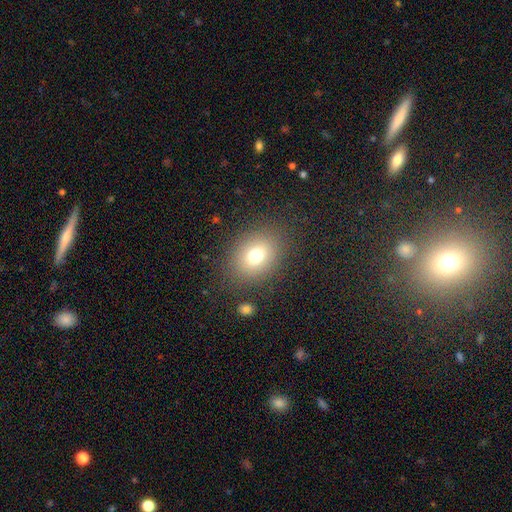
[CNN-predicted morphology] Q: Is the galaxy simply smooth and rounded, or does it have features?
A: smooth — 73%.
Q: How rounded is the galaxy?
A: in between — 52%.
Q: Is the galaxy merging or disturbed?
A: none — 83%.